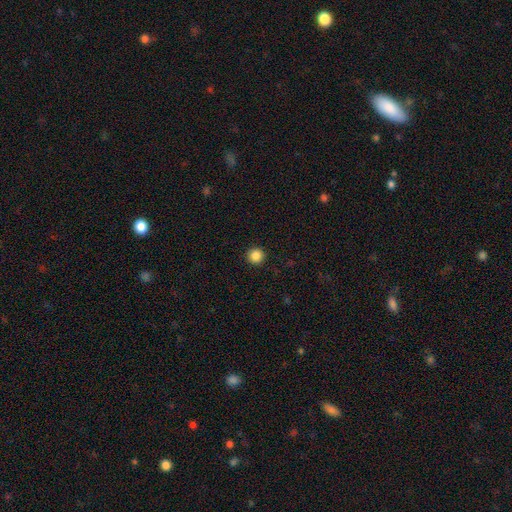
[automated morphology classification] Q: Smooth or featured?
A: smooth (87%); runner-up: star or artifact (11%)
Q: How rounded?
A: round (96%); runner-up: in between (3%)
Q: Merging?
A: none (93%); runner-up: minor disturbance (4%)